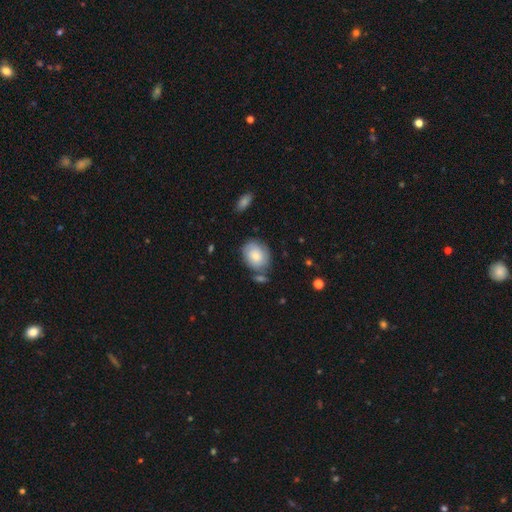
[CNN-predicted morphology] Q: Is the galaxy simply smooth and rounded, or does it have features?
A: smooth — 69%.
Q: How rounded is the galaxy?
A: in between — 50%.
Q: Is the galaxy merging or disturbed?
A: none — 68%.